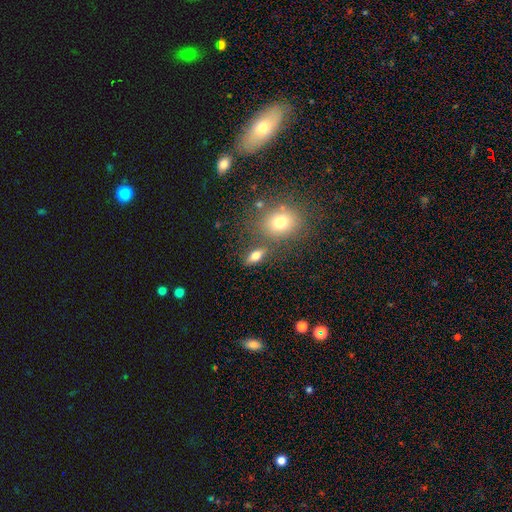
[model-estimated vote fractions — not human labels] Q: Smooth or featured?
A: smooth (67%); runner-up: featured or disk (22%)
Q: How rounded?
A: in between (67%); runner-up: cigar-shaped (17%)
Q: Merging?
A: none (75%); runner-up: minor disturbance (12%)